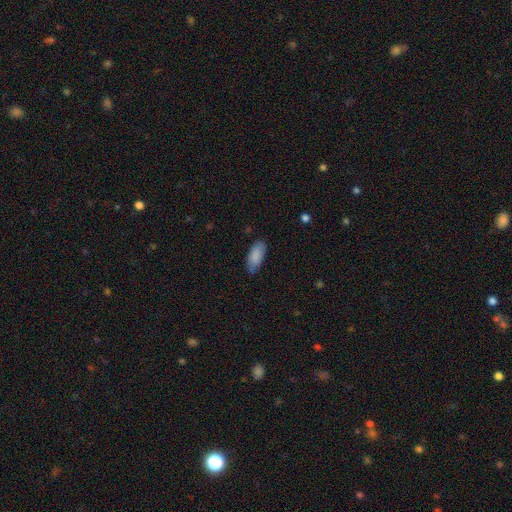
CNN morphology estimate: A smooth galaxy with no disk features (87%) that is in between round and cigar-shaped (85%). Merging: none (75%).